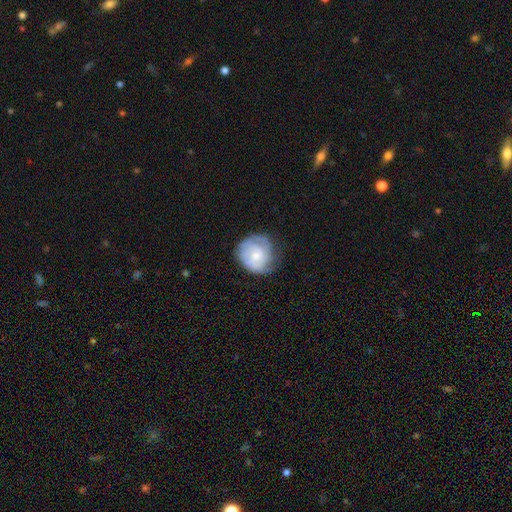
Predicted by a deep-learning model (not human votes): Smooth or featured? Predicted: featured or disk (p=0.53). Edge-on disk? Predicted: no (p=0.98). Bar? Predicted: no (p=0.77). Spiral arms? Predicted: yes (p=0.78). Bulge size? Predicted: small (p=0.45). Merging? Predicted: none (p=0.63).